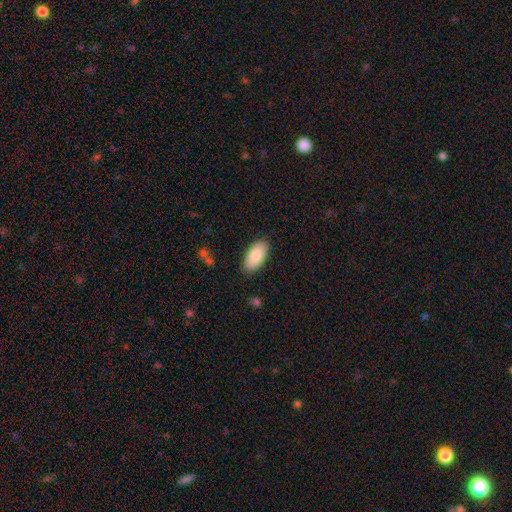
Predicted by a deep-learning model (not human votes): smooth-or-featured: smooth: 85% | featured or disk: 9% | star or artifact: 6%
  how-rounded: in between: 94% | cigar-shaped: 3% | round: 2%
  merging: none: 86% | minor disturbance: 11% | major disturbance: 2% | merger: 1%